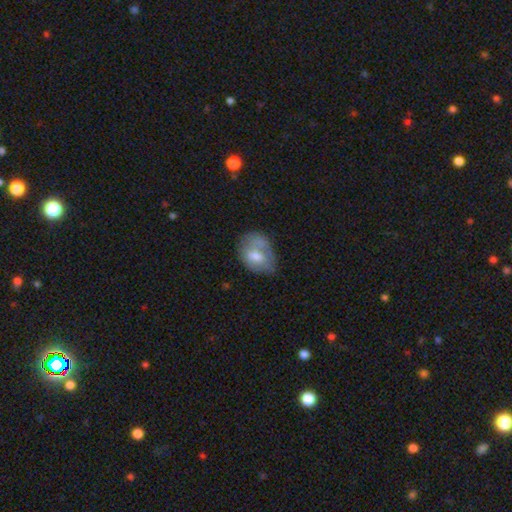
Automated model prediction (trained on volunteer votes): A smooth galaxy with no disk features (61%) that is in between round and cigar-shaped (76%).

Vote fractions:
- Smooth or featured? smooth: 61% / featured or disk: 31% / star or artifact: 8%
- How rounded? in between: 76% / round: 23% / cigar-shaped: 1%
- Merging? none: 40% / minor disturbance: 31% / major disturbance: 17% / merger: 12%